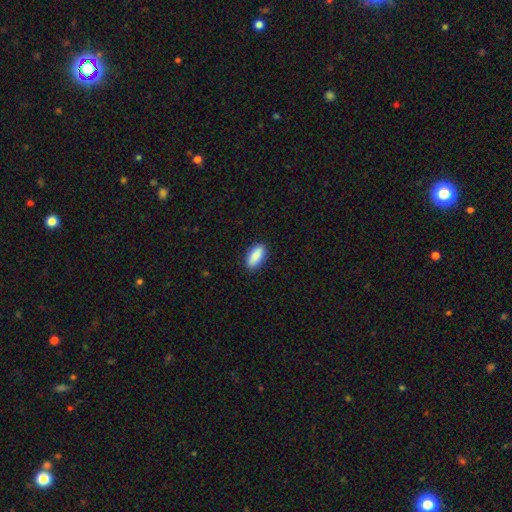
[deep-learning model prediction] Morphology: type=smooth (89%); roundness=in between (87%); merging=none (89%).